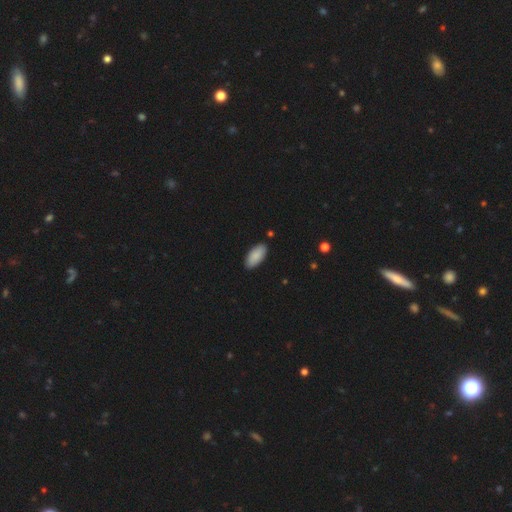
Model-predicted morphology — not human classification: Smooth or featured? Predicted: smooth (p=0.89). How rounded? Predicted: in between (p=0.92). Merging? Predicted: none (p=0.89).